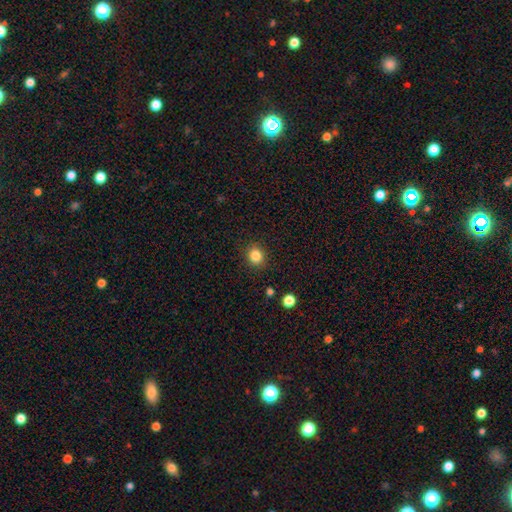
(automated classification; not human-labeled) smooth_or_featured: smooth (p=0.85) [alt: star or artifact p=0.11]
how_rounded: round (p=0.78) [alt: in between p=0.21]
merging: none (p=0.88) [alt: minor disturbance p=0.08]